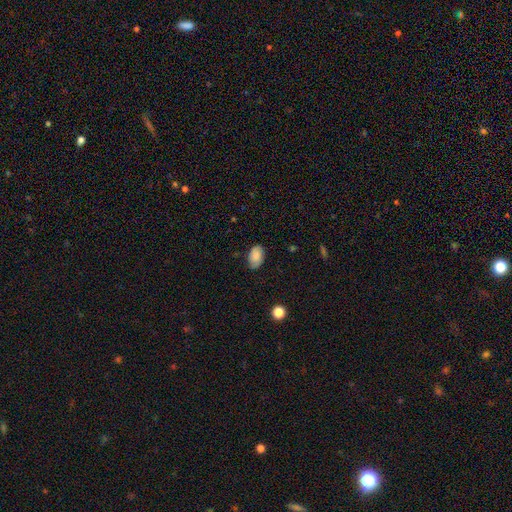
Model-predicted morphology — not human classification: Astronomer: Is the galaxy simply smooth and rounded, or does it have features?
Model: smooth — 78%.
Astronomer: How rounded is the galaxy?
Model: in between — 90%.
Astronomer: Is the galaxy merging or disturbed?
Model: none — 78%.